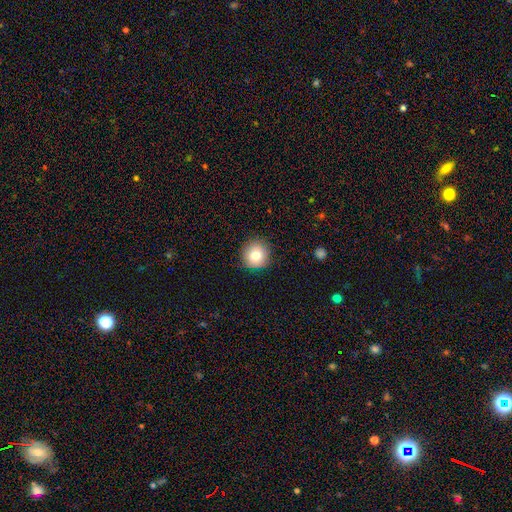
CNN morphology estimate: Smooth or featured: smooth — 79% (featured or disk — 11%)
How rounded: round — 93% (in between — 6%)
Merging: none — 88% (minor disturbance — 9%)